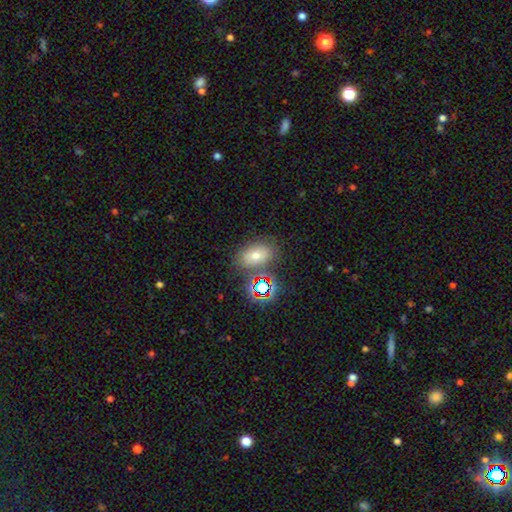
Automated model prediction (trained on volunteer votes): Smooth or featured? smooth (58%)
How rounded? in between (77%)
Merging? none (70%)